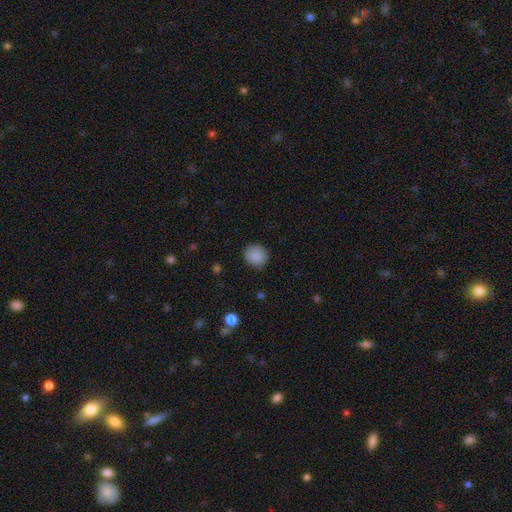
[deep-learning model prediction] This appears to be a smooth galaxy with no disk features (88%) that is round (87%). Merging: none (86%).